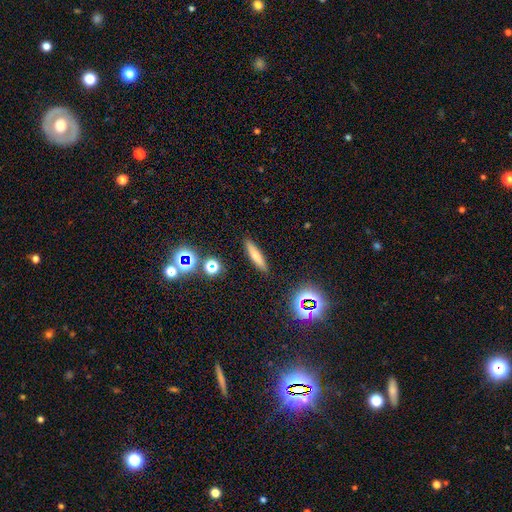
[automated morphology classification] This appears to be a smooth galaxy with no disk features (65%) that is cigar-shaped (83%). Merging: none (89%).